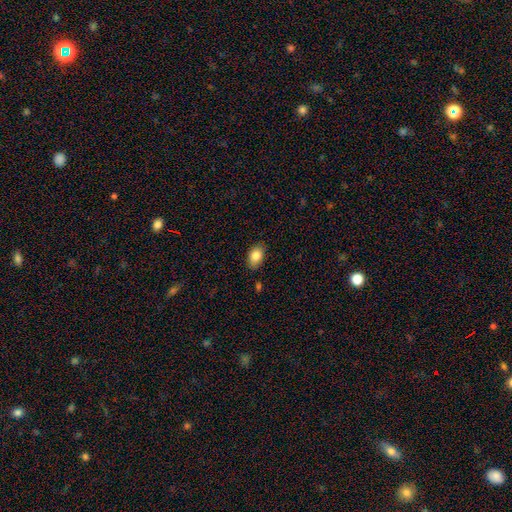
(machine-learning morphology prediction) Smooth or featured? Predicted: smooth (p=0.84). How rounded? Predicted: in between (p=0.85). Merging? Predicted: none (p=0.84).